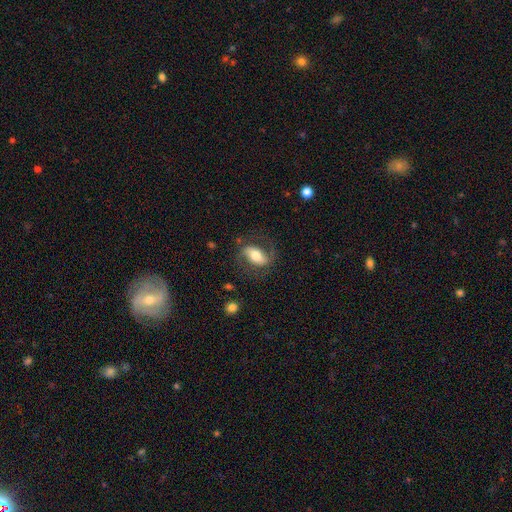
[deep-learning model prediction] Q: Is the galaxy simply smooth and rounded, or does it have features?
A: featured or disk — 51%.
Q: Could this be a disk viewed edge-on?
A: no — 89%.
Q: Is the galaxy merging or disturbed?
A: none — 68%.